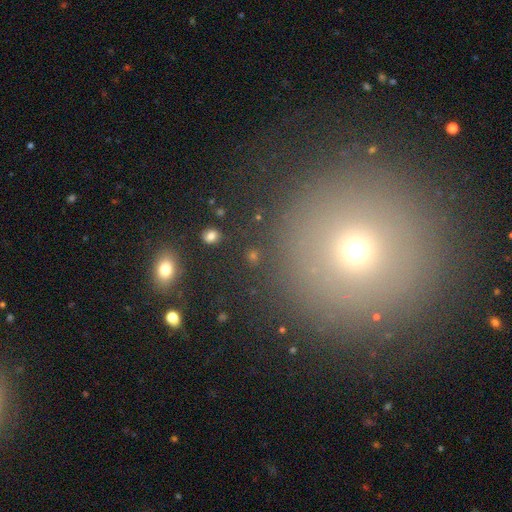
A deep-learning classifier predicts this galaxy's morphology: smooth 58%, star or artifact 30%, featured or disk 11%. Down the decision tree: how rounded — round (60%); merging — none (83%).